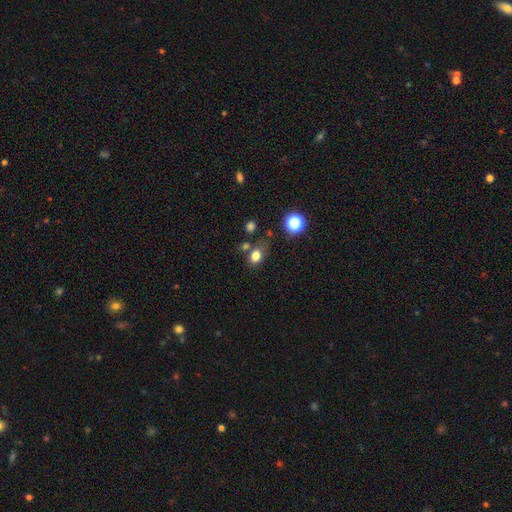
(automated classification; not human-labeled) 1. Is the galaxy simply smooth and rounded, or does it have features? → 78% smooth, 14% star or artifact, 8% featured or disk.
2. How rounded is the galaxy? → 62% in between, 37% round, 1% cigar-shaped.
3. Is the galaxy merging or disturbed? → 60% none, 19% minor disturbance, 14% merger, 7% major disturbance.